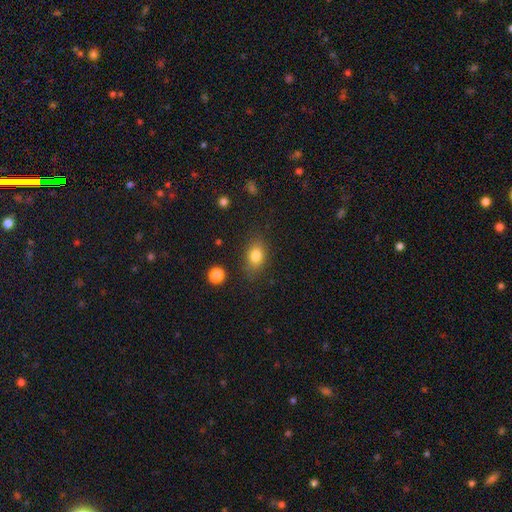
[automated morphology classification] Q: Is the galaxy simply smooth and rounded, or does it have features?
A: smooth — 81%.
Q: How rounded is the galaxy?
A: in between — 74%.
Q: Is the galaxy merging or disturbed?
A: none — 79%.